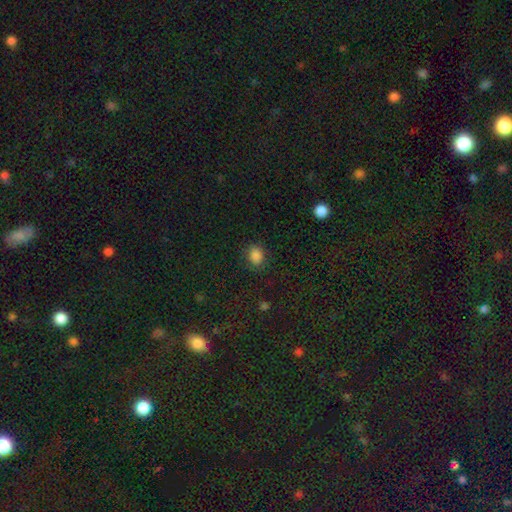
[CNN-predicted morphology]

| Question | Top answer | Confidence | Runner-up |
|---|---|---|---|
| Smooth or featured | smooth | 84% | star or artifact (12%) |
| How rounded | round | 50% | in between (49%) |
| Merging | none | 84% | minor disturbance (11%) |